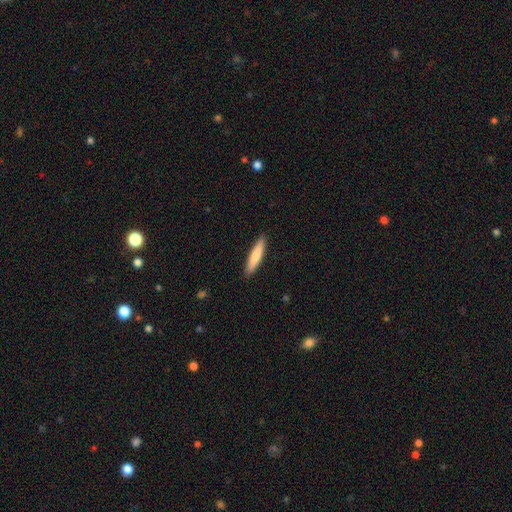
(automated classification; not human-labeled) Q: Smooth or featured?
A: smooth (78%); runner-up: featured or disk (16%)
Q: How rounded?
A: cigar-shaped (86%); runner-up: in between (12%)
Q: Merging?
A: none (90%); runner-up: minor disturbance (7%)